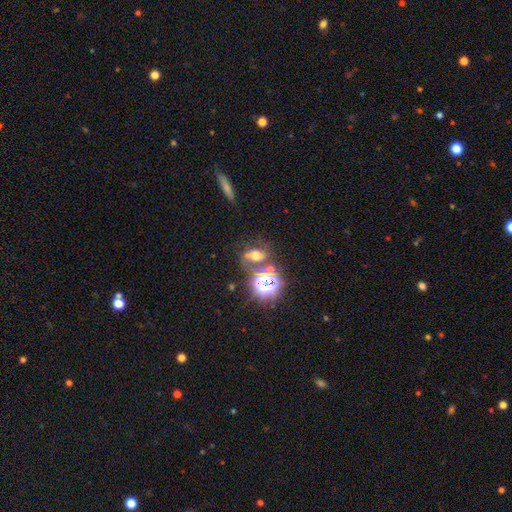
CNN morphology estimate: smooth 42%, star or artifact 34%, featured or disk 23%. Down the decision tree: merging — none (56%).